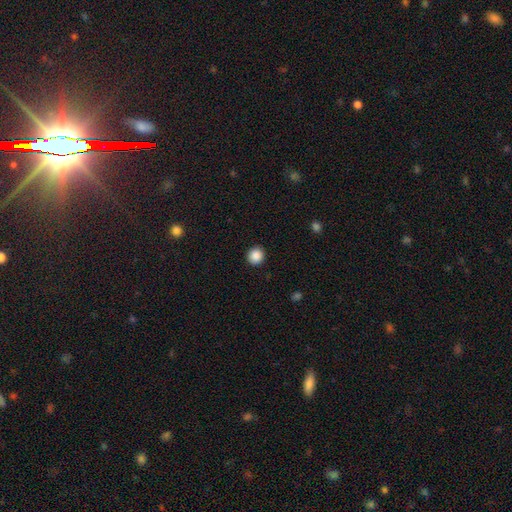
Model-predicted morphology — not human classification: This appears to be a smooth galaxy with no disk features (88%) that is round (93%). Merging: none (92%).